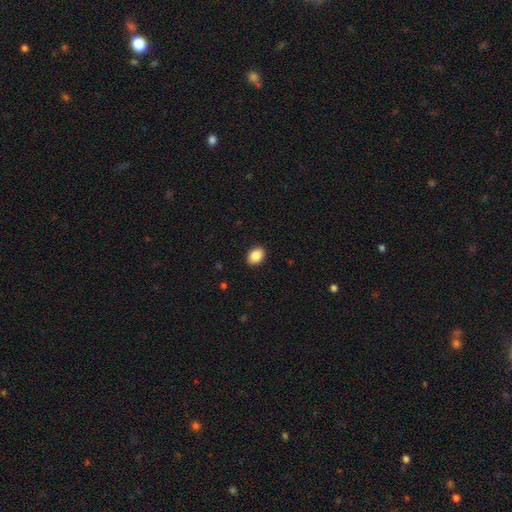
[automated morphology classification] Q: Smooth or featured?
A: smooth (87%); runner-up: star or artifact (8%)
Q: How rounded?
A: in between (71%); runner-up: round (28%)
Q: Merging?
A: none (91%); runner-up: minor disturbance (6%)